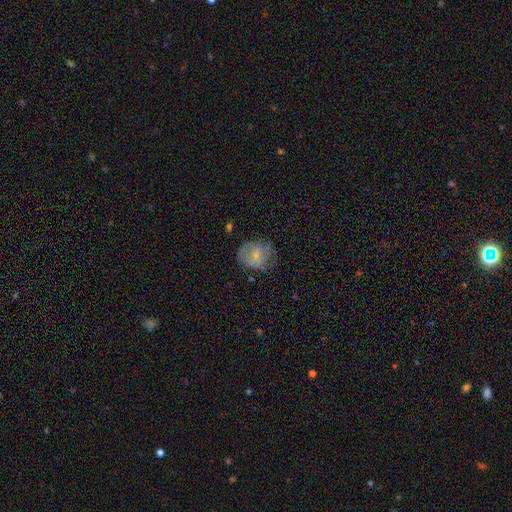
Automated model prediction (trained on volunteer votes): Smooth or featured? Predicted: smooth (p=0.60). How rounded? Predicted: round (p=0.66). Merging? Predicted: none (p=0.54).